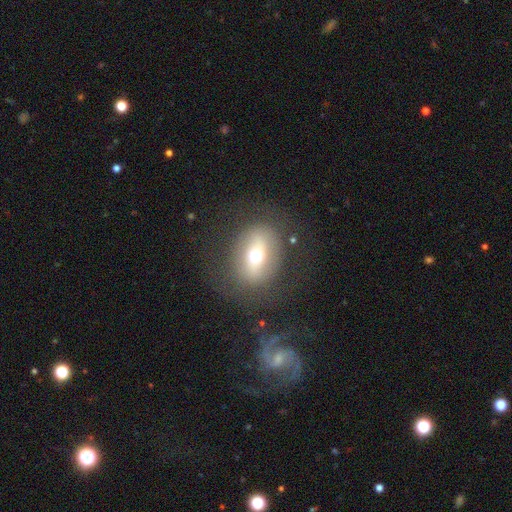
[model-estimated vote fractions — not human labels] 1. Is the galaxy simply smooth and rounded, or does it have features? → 50% smooth, 38% featured or disk, 12% star or artifact.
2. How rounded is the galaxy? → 51% round, 47% in between, 2% cigar-shaped.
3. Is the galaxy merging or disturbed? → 77% none, 12% minor disturbance, 9% major disturbance, 2% merger.